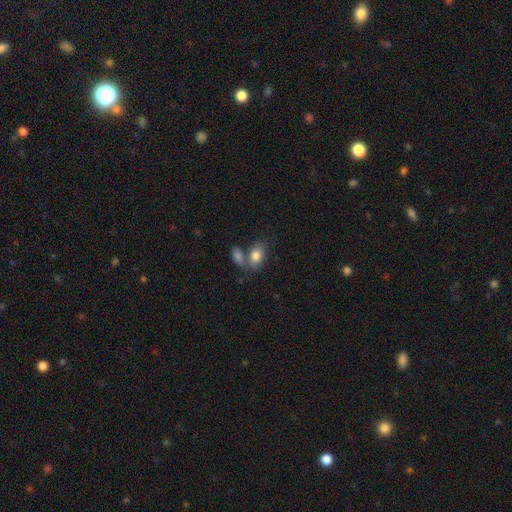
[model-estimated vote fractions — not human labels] smooth-or-featured: smooth: 82% | featured or disk: 11% | star or artifact: 8%
  how-rounded: in between: 84% | round: 14% | cigar-shaped: 2%
  merging: none: 44% | merger: 39% | minor disturbance: 12% | major disturbance: 4%